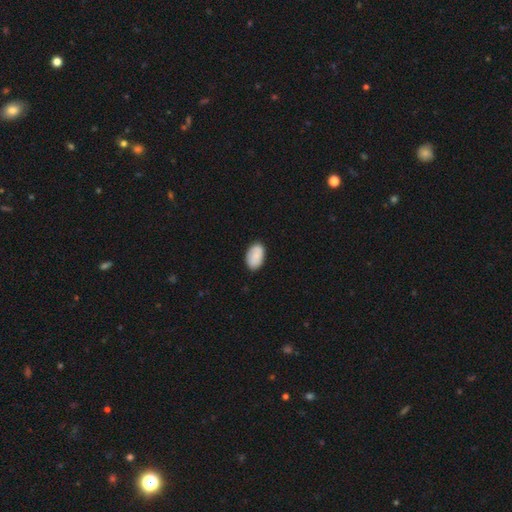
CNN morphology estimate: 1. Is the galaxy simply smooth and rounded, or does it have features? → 82% smooth, 11% featured or disk, 7% star or artifact.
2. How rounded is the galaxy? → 93% in between, 6% round, 1% cigar-shaped.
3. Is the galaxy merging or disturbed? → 84% none, 12% minor disturbance, 2% major disturbance, 1% merger.